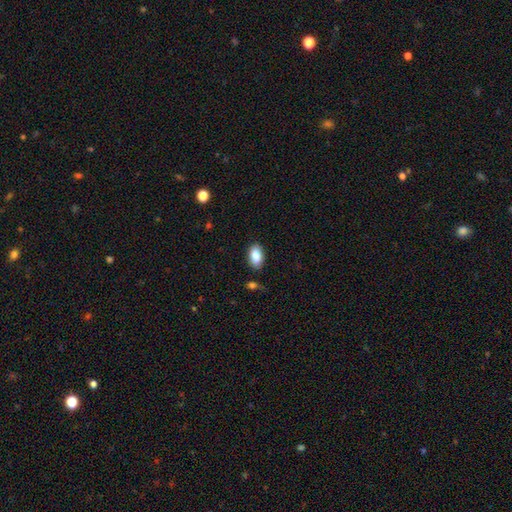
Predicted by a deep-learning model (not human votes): A smooth galaxy with no disk features (85%) that is in between round and cigar-shaped (93%).

Vote fractions:
- Smooth or featured? smooth: 85% / featured or disk: 8% / star or artifact: 7%
- How rounded? in between: 93% / round: 5% / cigar-shaped: 2%
- Merging? none: 86% / minor disturbance: 10% / major disturbance: 2% / merger: 2%